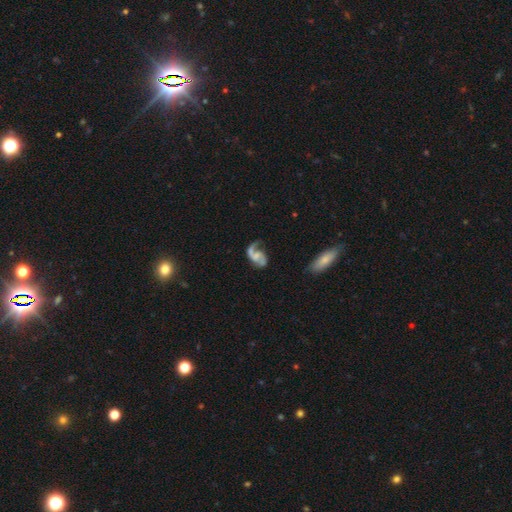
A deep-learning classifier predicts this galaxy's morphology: Smooth or featured? Predicted: featured or disk (p=0.77). Edge-on disk? Predicted: no (p=0.97). Bar? Predicted: no (p=0.57). Spiral arms? Predicted: yes (p=0.89). Spiral winding? Predicted: loose (p=0.58). Spiral arm count? Predicted: 2 (p=0.68). Bulge size? Predicted: none (p=0.43). Merging? Predicted: none (p=0.39).